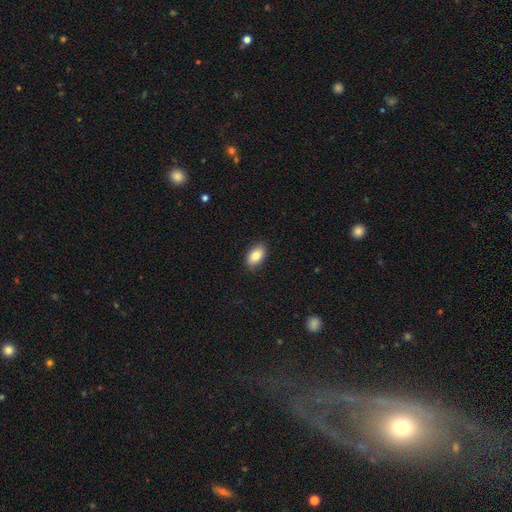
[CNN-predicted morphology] A smooth galaxy with no disk features (85%) that is in between round and cigar-shaped (91%).

Vote fractions:
- Smooth or featured? smooth: 85% / featured or disk: 8% / star or artifact: 7%
- How rounded? in between: 91% / round: 7% / cigar-shaped: 2%
- Merging? none: 88% / minor disturbance: 9% / major disturbance: 2% / merger: 1%